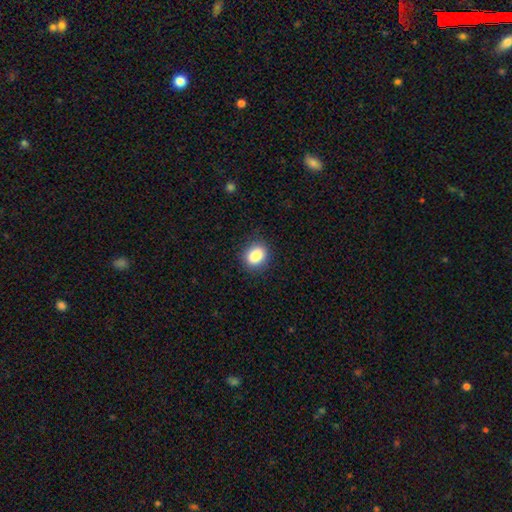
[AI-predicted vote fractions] The model was most divided on "how rounded": in between: 61%, round: 38%, cigar-shaped: 1%. More confident: smooth or featured — smooth (87%); merging — none (86%).